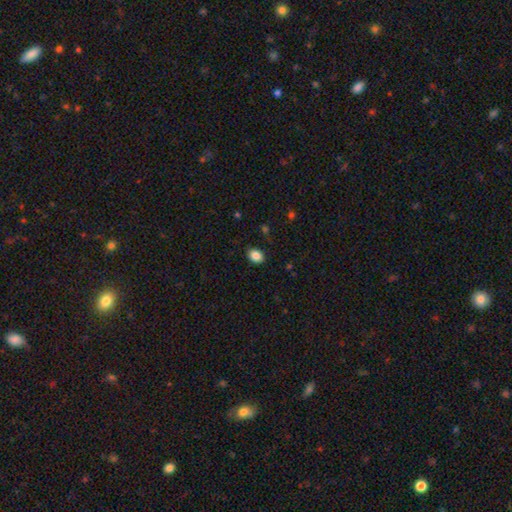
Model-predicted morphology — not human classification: Overall: smooth (86%). How rounded: in between (59%; round 40%). Merging: none (88%).